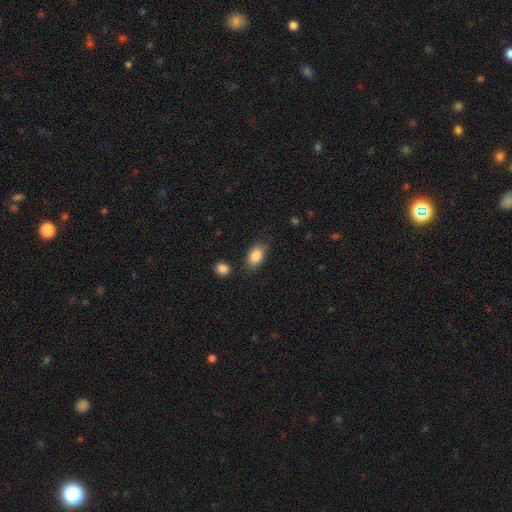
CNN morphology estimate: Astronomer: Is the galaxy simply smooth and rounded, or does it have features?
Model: smooth — 86%.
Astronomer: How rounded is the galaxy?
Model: in between — 88%.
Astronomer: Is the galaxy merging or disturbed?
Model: none — 79%.